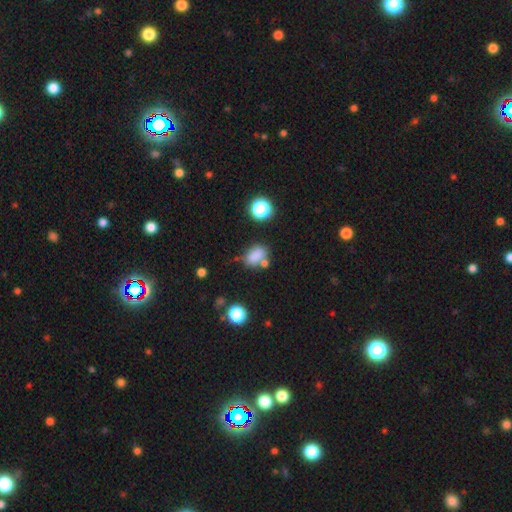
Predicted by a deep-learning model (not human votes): Morphology: type=smooth (80%); roundness=in between (79%); merging=none (59%).